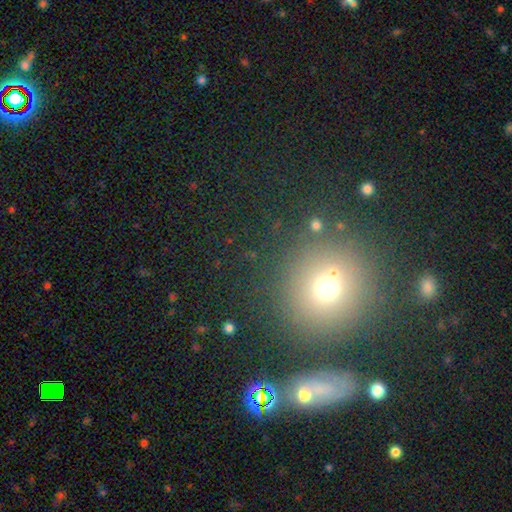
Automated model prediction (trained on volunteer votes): smooth_or_featured: smooth (p=0.55) [alt: star or artifact p=0.33]
how_rounded: round (p=0.87) [alt: in between p=0.11]
merging: none (p=0.80) [alt: minor disturbance p=0.09]